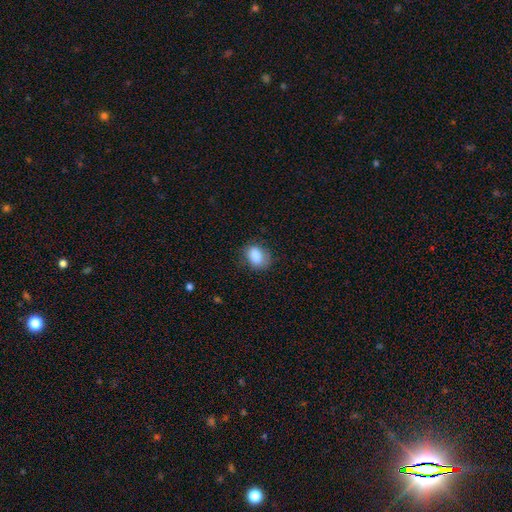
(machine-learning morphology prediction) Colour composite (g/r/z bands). It shows a smooth galaxy with no disk features (86%) that is in between round and cigar-shaped (72%). Merging: none (73%).